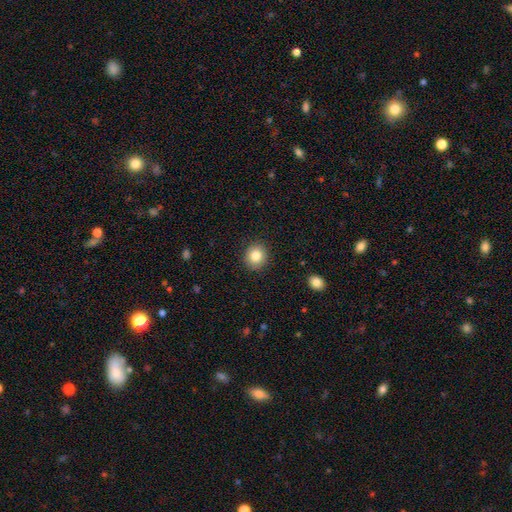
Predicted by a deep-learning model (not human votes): Smooth or featured? Predicted: smooth (p=0.83). How rounded? Predicted: round (p=0.83). Merging? Predicted: none (p=0.90).